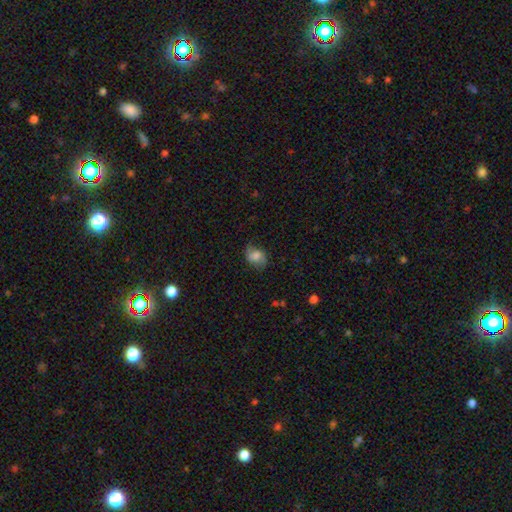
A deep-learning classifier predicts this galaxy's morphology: This is likely a smooth galaxy (67%). How rounded: likely in between (66%). Merging: likely none (70%).